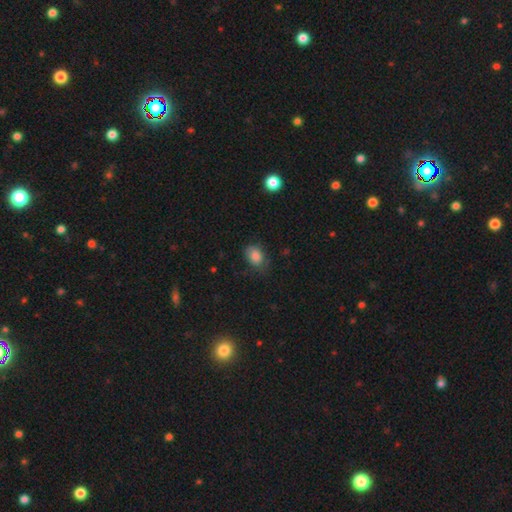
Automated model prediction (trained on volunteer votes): Smooth or featured? smooth (82%)
How rounded? in between (75%)
Merging? none (62%)